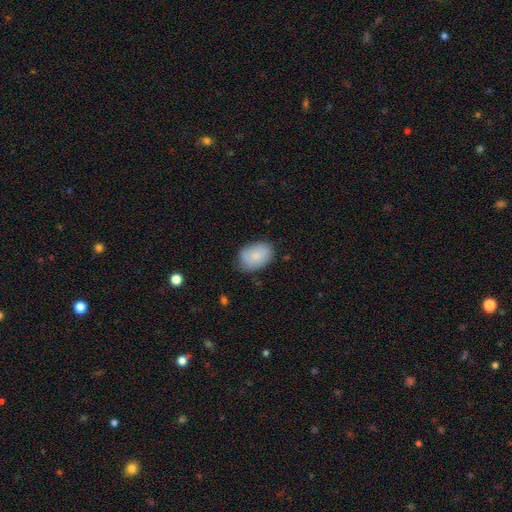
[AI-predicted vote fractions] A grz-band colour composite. It shows a smooth galaxy with no disk features (83%) that is in between round and cigar-shaped (84%). Merging: none (73%).